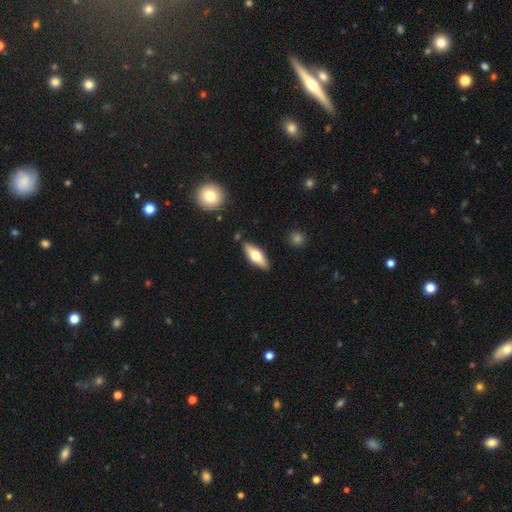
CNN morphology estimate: smooth-or-featured: smooth: 60% | featured or disk: 35% | star or artifact: 6%
  how-rounded: in between: 66% | cigar-shaped: 32% | round: 3%
  merging: none: 85% | minor disturbance: 10% | merger: 3% | major disturbance: 2%